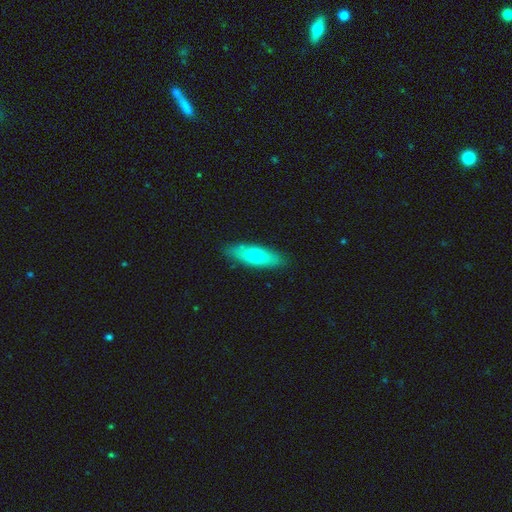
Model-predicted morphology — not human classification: A smooth galaxy with no disk features (66%) that is in between round and cigar-shaped (57%).

Vote fractions:
- Smooth or featured? smooth: 66% / featured or disk: 28% / star or artifact: 6%
- How rounded? in between: 57% / cigar-shaped: 40% / round: 3%
- Merging? none: 86% / minor disturbance: 10% / major disturbance: 2% / merger: 1%